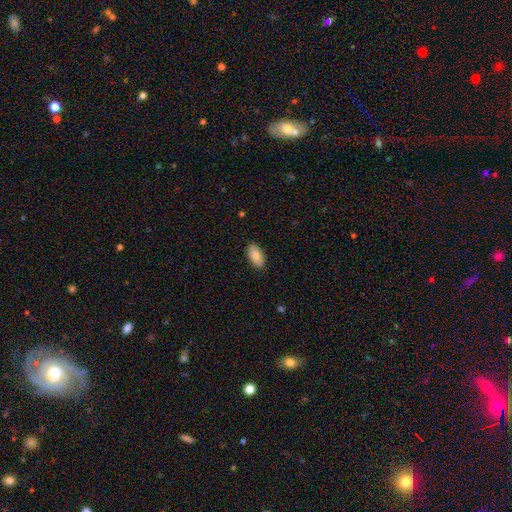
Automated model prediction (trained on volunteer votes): A smooth galaxy with no disk features (81%) that is in between round and cigar-shaped (94%).

Vote fractions:
- Smooth or featured? smooth: 81% / featured or disk: 12% / star or artifact: 6%
- How rounded? in between: 94% / cigar-shaped: 3% / round: 3%
- Merging? none: 86% / minor disturbance: 11% / major disturbance: 2% / merger: 1%